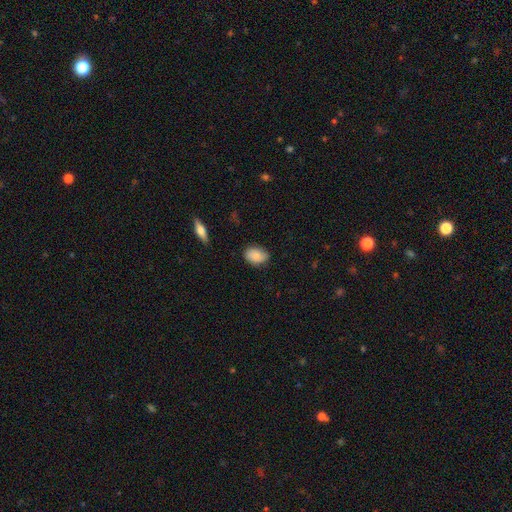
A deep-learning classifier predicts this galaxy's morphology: Q: Smooth or featured?
A: smooth (84%); runner-up: featured or disk (9%)
Q: How rounded?
A: in between (81%); runner-up: round (18%)
Q: Merging?
A: none (78%); runner-up: minor disturbance (18%)